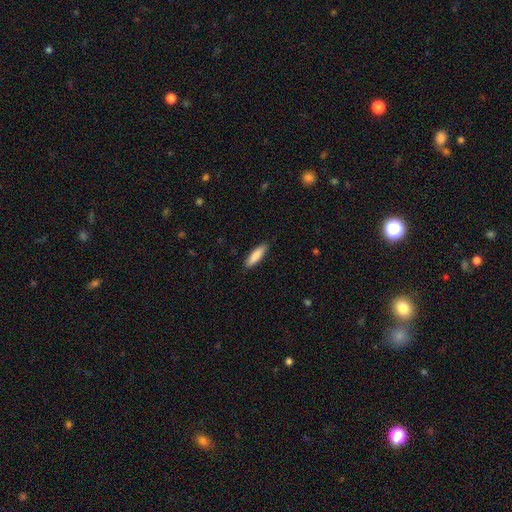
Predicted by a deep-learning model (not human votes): smooth_or_featured: smooth (p=0.86) [alt: featured or disk p=0.08]
how_rounded: cigar-shaped (p=0.65) [alt: in between p=0.34]
merging: none (p=0.88) [alt: minor disturbance p=0.09]